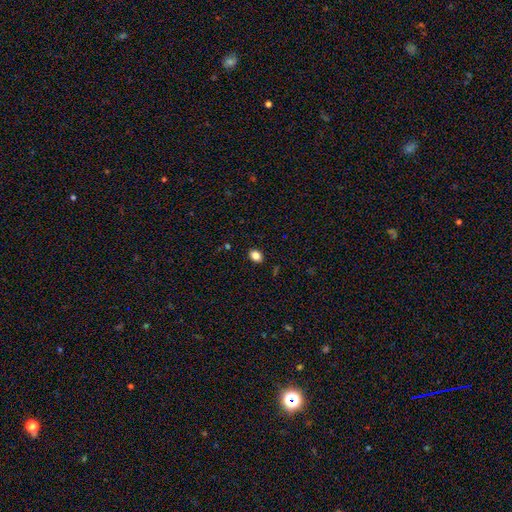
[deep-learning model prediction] Overall: smooth (85%). How rounded: in between (59%; round 40%). Merging: none (90%).